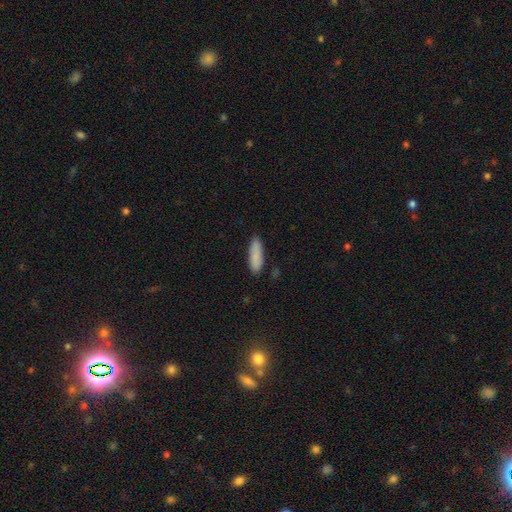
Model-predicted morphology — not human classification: The model was most divided on "how rounded": cigar-shaped: 50%, in between: 49%, round: 2%. More confident: smooth or featured — smooth (87%); merging — none (85%).